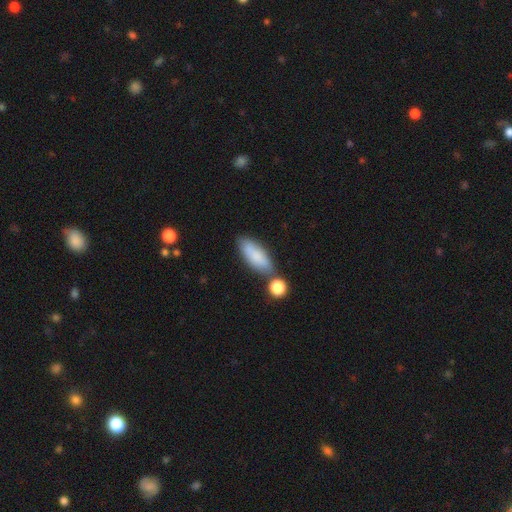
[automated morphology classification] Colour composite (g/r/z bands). It shows a smooth galaxy with no disk features (82%) that is in between round and cigar-shaped (72%). Merging: none (61%).